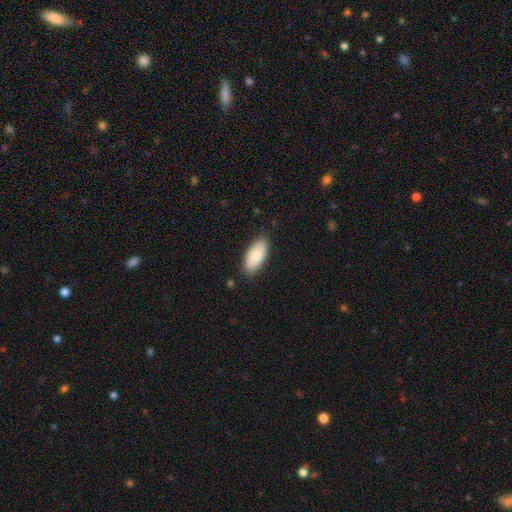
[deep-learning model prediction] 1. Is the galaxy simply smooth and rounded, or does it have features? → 84% smooth, 11% featured or disk, 6% star or artifact.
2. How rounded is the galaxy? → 91% in between, 7% cigar-shaped, 2% round.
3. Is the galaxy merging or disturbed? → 85% none, 12% minor disturbance, 2% major disturbance, 1% merger.